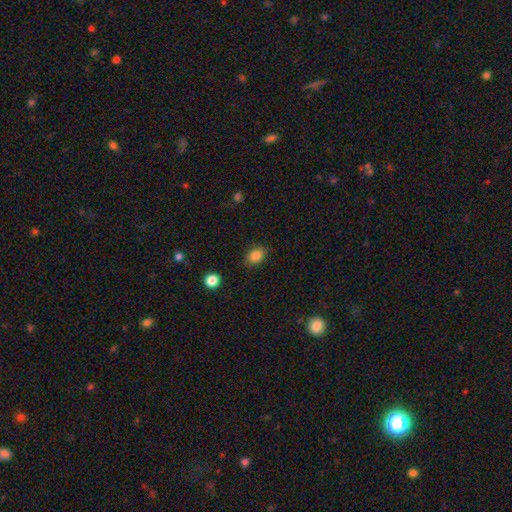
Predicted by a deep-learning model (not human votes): The model was most divided on "how rounded": in between: 56%, round: 43%, cigar-shaped: 1%. More confident: smooth or featured — smooth (85%); merging — none (84%).